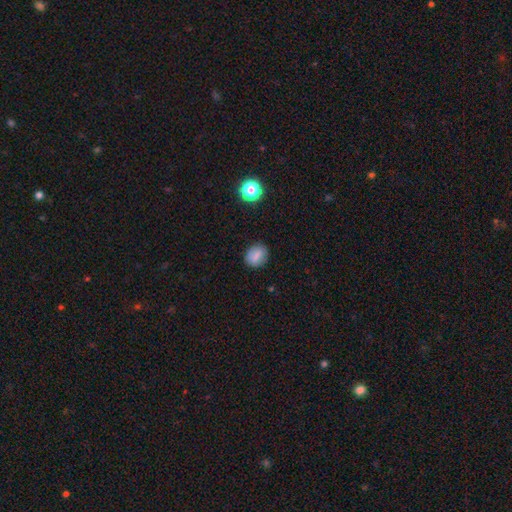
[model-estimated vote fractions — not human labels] smooth_or_featured: smooth (p=0.80) [alt: star or artifact p=0.11]
how_rounded: in between (p=0.49) [tied with: round p=0.49]
merging: none (p=0.84) [alt: minor disturbance p=0.11]